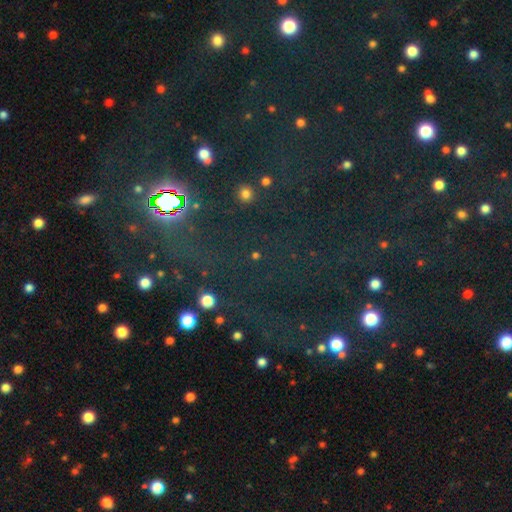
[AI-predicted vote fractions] Morphology: type=star or artifact (74%).